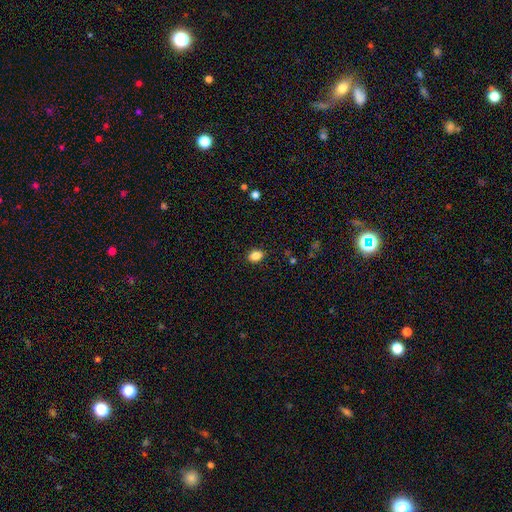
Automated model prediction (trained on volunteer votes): Q: Smooth or featured?
A: smooth (86%); runner-up: star or artifact (10%)
Q: How rounded?
A: in between (73%); runner-up: round (26%)
Q: Merging?
A: none (88%); runner-up: minor disturbance (9%)